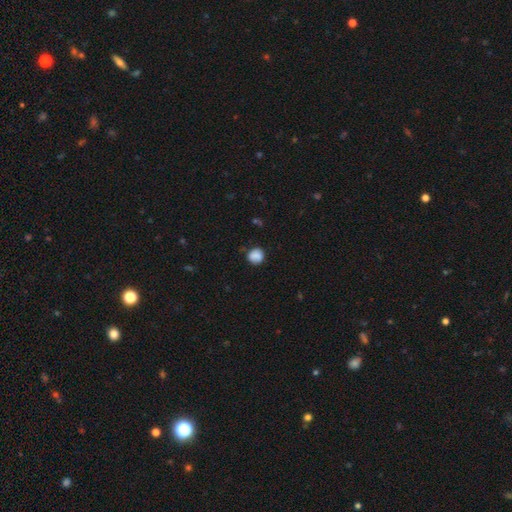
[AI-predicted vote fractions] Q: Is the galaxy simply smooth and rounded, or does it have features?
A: smooth — 85%.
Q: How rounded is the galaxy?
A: round — 84%.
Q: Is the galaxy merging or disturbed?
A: none — 77%.